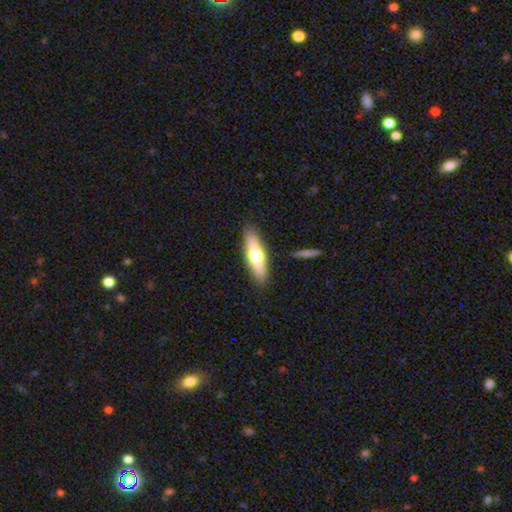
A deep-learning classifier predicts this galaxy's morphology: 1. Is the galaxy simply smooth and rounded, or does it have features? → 54% smooth, 40% featured or disk, 6% star or artifact.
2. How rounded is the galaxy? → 59% cigar-shaped, 39% in between, 2% round.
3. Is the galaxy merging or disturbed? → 88% none, 8% minor disturbance, 2% major disturbance, 2% merger.